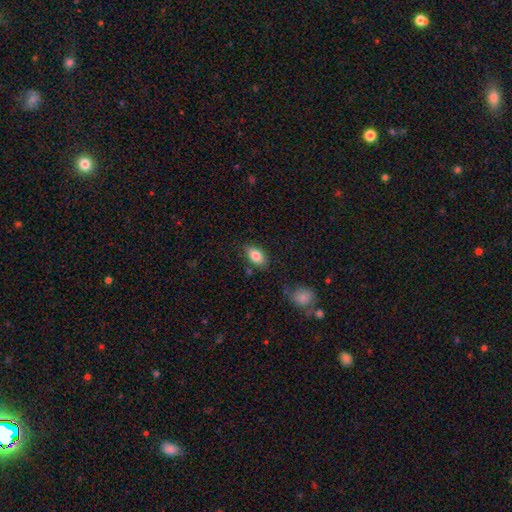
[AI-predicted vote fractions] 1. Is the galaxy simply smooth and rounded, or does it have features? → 83% smooth, 9% featured or disk, 8% star or artifact.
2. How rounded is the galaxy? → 90% in between, 8% round, 2% cigar-shaped.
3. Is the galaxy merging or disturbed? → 78% none, 14% minor disturbance, 4% merger, 4% major disturbance.